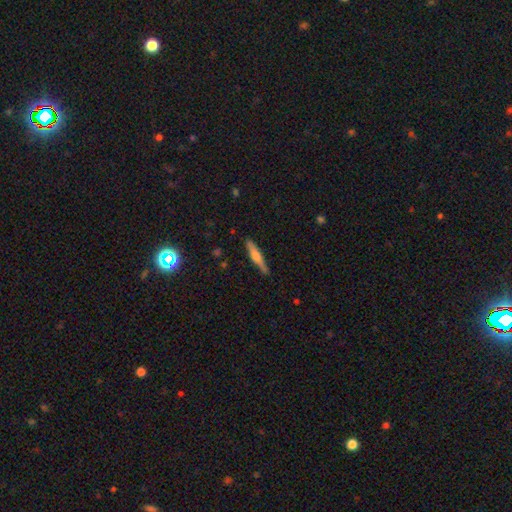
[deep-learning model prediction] Morphology: type=featured or disk (53%); edge-on=yes (96%); edge-on bulge=rounded (85%); merging=none (87%).